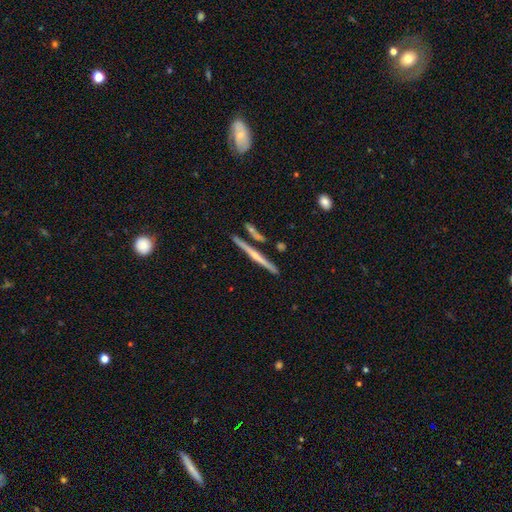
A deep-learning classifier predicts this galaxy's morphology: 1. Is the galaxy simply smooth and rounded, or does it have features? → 69% featured or disk, 24% smooth, 6% star or artifact.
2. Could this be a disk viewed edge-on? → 98% yes, 2% no.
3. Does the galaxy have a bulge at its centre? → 63% rounded, 30% none, 6% boxy.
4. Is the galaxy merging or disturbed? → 85% none, 7% minor disturbance, 6% merger, 2% major disturbance.